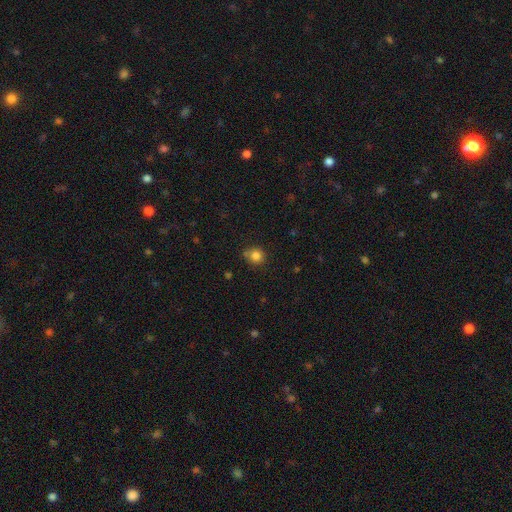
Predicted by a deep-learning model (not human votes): Smooth or featured? smooth (83%)
How rounded? round (87%)
Merging? none (70%)